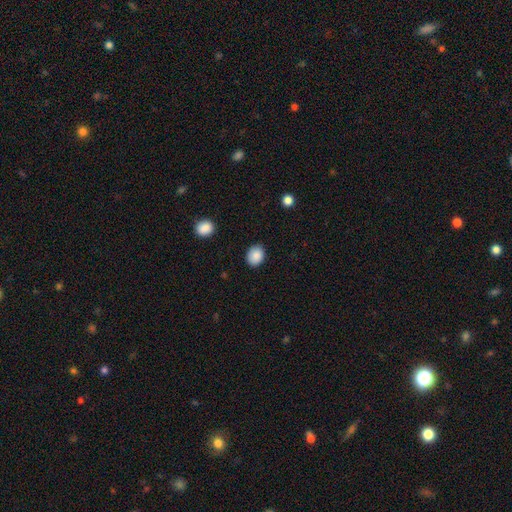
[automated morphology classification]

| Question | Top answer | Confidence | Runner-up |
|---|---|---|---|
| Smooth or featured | smooth | 88% | star or artifact (8%) |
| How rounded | in between | 54% | round (45%) |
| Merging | none | 88% | minor disturbance (9%) |